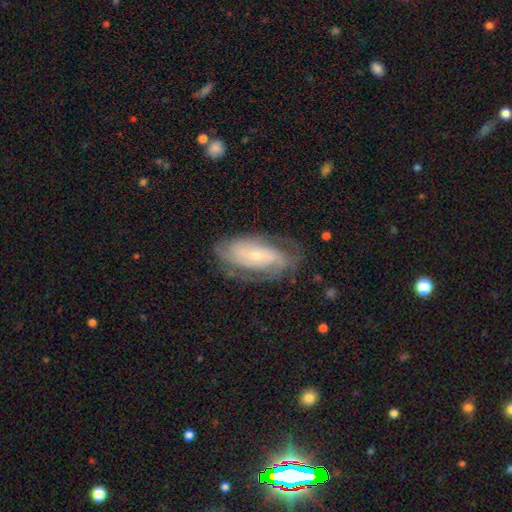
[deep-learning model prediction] The model was most divided on "spiral arm count": 2: 40%, can't tell: 37%, 3: 11%, 1: 5%, 4: 4%, more than 4: 3%. More confident: edge-on disk — no (93%); spiral arms — yes (88%); smooth or featured — featured or disk (75%); bulge size — small (71%); bar — no (68%); merging — none (67%); spiral winding — tight (56%).